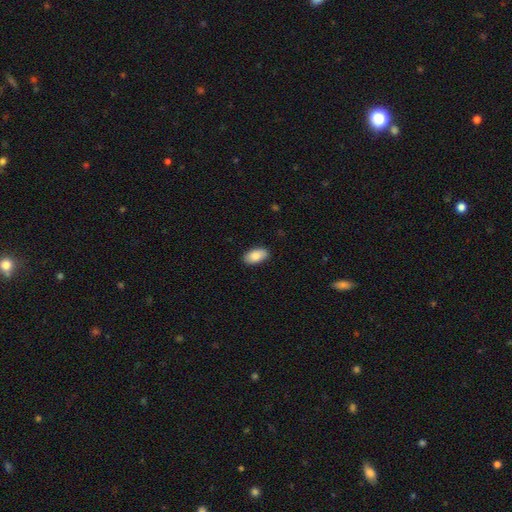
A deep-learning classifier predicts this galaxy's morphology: The model was most divided on "smooth or featured": smooth: 86%, featured or disk: 7%, star or artifact: 6%. More confident: how rounded — in between (94%); merging — none (88%).